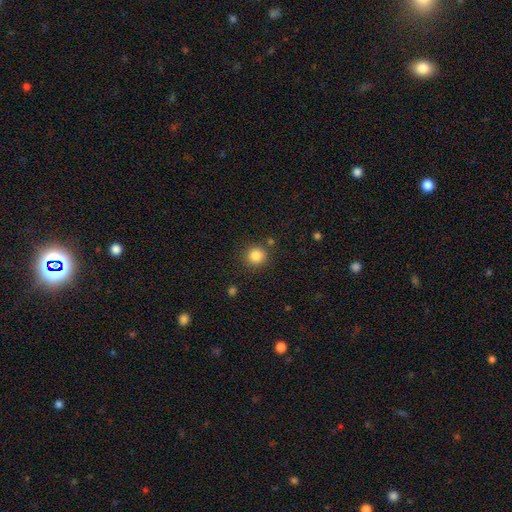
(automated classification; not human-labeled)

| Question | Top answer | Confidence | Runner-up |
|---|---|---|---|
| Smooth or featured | smooth | 85% | star or artifact (11%) |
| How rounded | round | 92% | in between (7%) |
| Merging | none | 84% | minor disturbance (8%) |